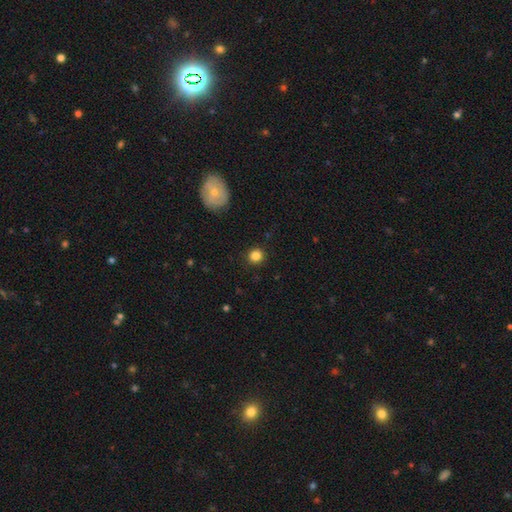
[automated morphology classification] Smooth or featured? smooth (85%)
How rounded? round (92%)
Merging? none (92%)